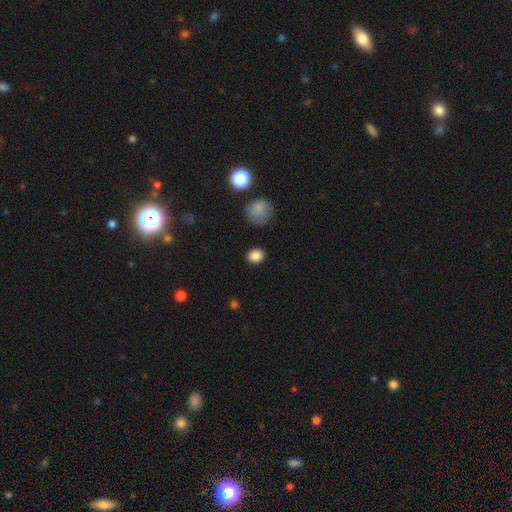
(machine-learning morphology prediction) Smooth or featured?
  - smooth: 86% *
  - star or artifact: 10%
  - featured or disk: 4%
How rounded?
  - round: 50% *
  - in between: 49%
  - cigar-shaped: 1%
Merging?
  - none: 87% *
  - minor disturbance: 8%
  - major disturbance: 3%
  - merger: 2%